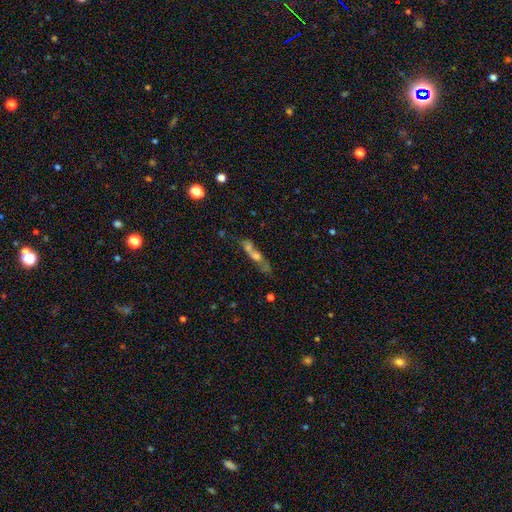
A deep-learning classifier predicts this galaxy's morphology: Smooth or featured: smooth — 46% (featured or disk — 41%)
Merging: merger — 41% (none — 34%)